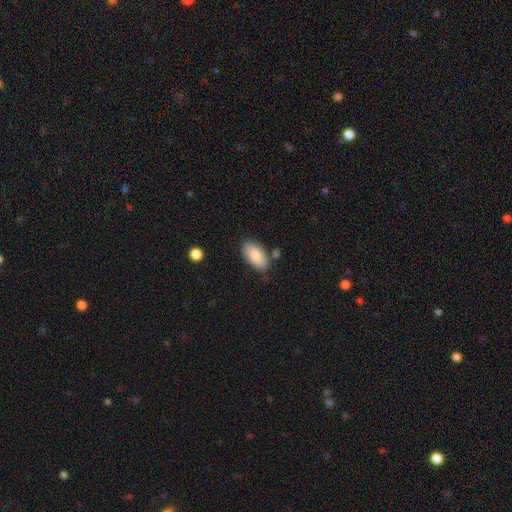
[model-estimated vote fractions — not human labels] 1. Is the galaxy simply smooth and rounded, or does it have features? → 85% smooth, 9% featured or disk, 6% star or artifact.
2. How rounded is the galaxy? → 94% in between, 3% cigar-shaped, 3% round.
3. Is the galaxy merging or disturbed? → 77% none, 15% minor disturbance, 5% merger, 3% major disturbance.